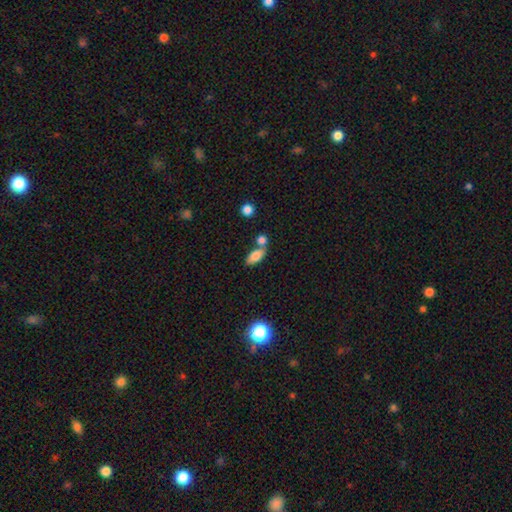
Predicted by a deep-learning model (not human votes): Morphology: type=smooth (78%); roundness=in between (85%); merging=none (55%).